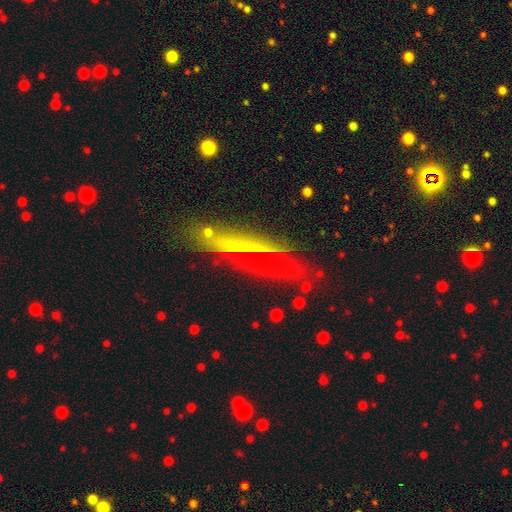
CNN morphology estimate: A featured or disk galaxy (47%).

Vote fractions:
- Smooth or featured? featured or disk: 47% / smooth: 34% / star or artifact: 18%
- Merging? none: 83% / minor disturbance: 11% / major disturbance: 3% / merger: 2%